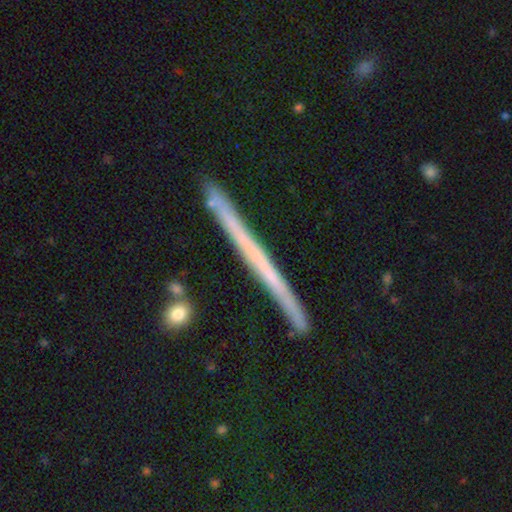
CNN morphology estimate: Smooth or featured? featured or disk (54%)
Edge-on disk? yes (95%)
Edge-on bulge? none (87%)
Merging? none (88%)